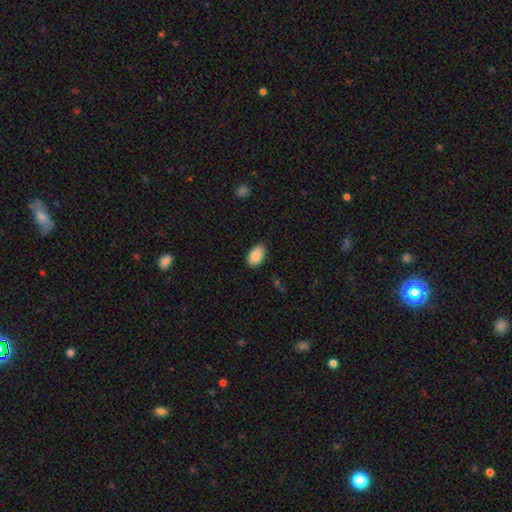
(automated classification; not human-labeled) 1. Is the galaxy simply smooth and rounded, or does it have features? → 90% smooth, 6% star or artifact, 4% featured or disk.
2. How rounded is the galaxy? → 93% in between, 6% round, 1% cigar-shaped.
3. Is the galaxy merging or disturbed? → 84% none, 13% minor disturbance, 2% major disturbance, 1% merger.